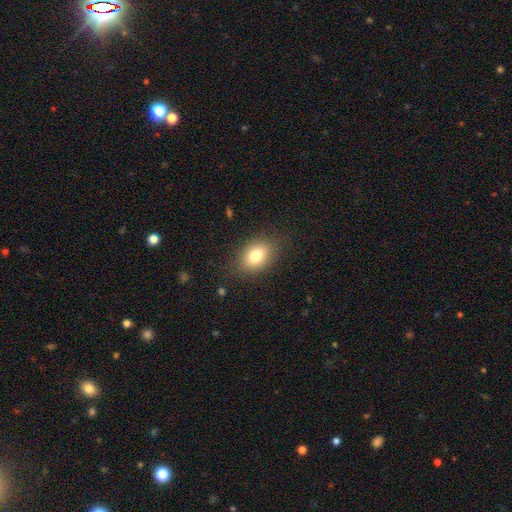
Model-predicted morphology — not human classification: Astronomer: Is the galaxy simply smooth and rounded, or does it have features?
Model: smooth — 80%.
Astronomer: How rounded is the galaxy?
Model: in between — 77%.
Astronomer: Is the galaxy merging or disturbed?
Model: none — 83%.